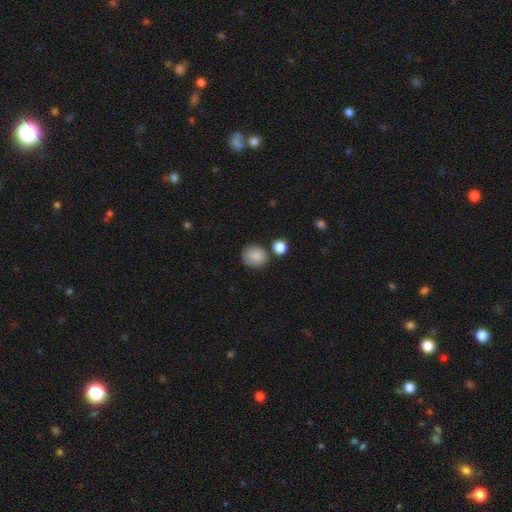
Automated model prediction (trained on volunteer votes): smooth 85%, star or artifact 8%, featured or disk 7%. Down the decision tree: how rounded — round (77%); merging — none (77%).